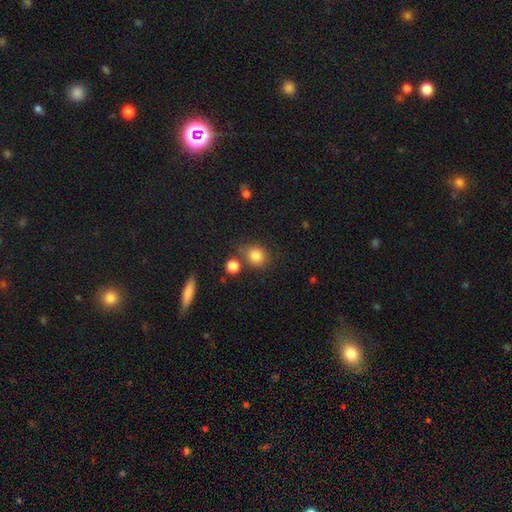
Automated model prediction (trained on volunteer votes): Smooth or featured: smooth — 83% (star or artifact — 11%)
How rounded: round — 75% (in between — 24%)
Merging: none — 71% (minor disturbance — 13%)